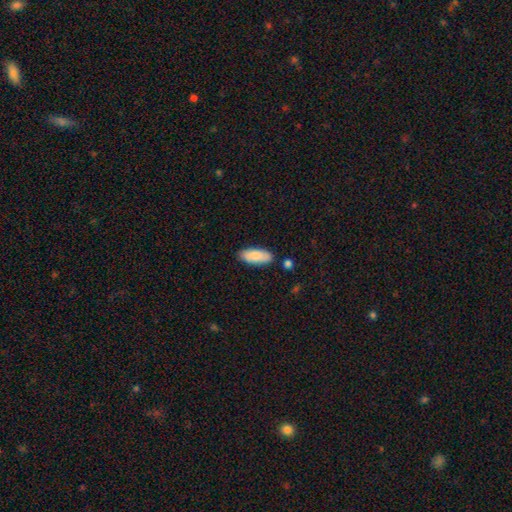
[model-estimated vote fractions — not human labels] Morphology: type=smooth (85%); roundness=in between (81%); merging=none (84%).